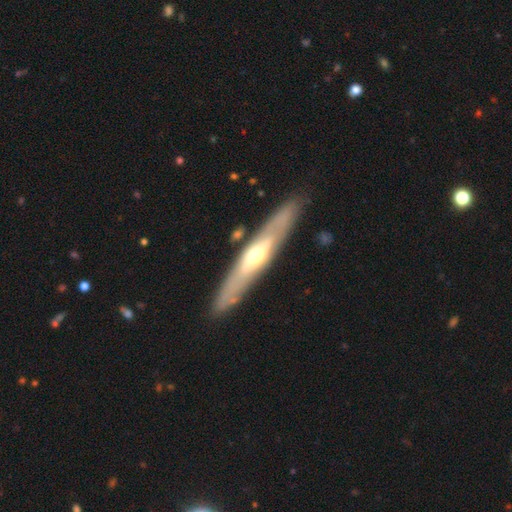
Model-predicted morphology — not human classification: smooth-or-featured: featured or disk: 63% | smooth: 32% | star or artifact: 5%
  disk-edge-on: yes: 71% | no: 29%
  merging: none: 86% | minor disturbance: 9% | major disturbance: 2% | merger: 2%